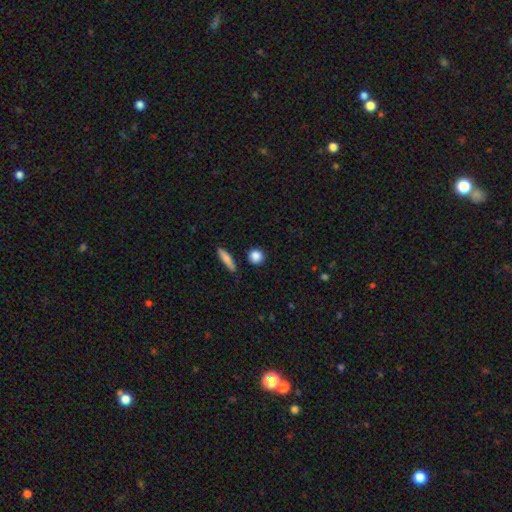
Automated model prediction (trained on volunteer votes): This is clearly a smooth galaxy (86%). How rounded: clearly round (86%). Merging: clearly none (84%).